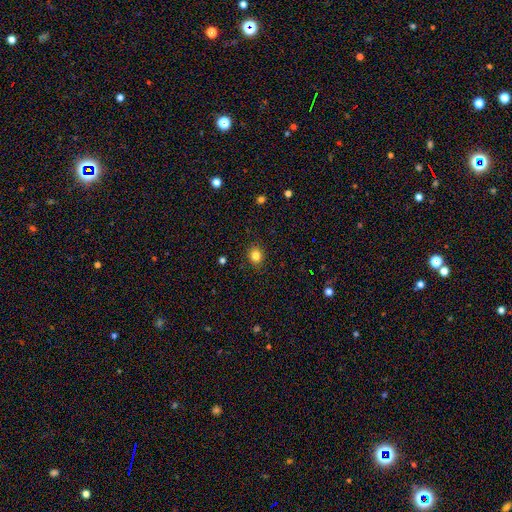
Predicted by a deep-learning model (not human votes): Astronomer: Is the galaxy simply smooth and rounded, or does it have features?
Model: smooth — 83%.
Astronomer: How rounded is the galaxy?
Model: round — 70%.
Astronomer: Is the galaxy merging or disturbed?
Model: none — 89%.